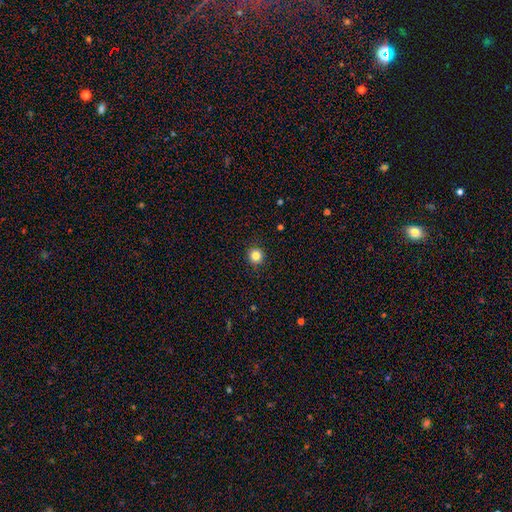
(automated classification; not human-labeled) Smooth or featured?
  - smooth: 84% *
  - star or artifact: 12%
  - featured or disk: 5%
How rounded?
  - round: 94% *
  - in between: 5%
  - cigar-shaped: 1%
Merging?
  - none: 91% *
  - minor disturbance: 6%
  - major disturbance: 2%
  - merger: 1%